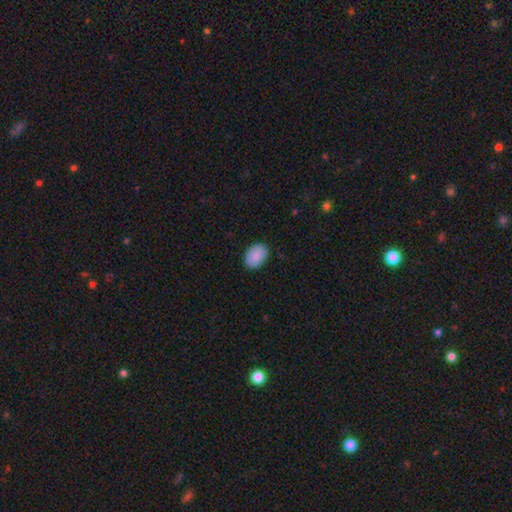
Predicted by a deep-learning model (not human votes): smooth-or-featured: smooth: 90% | star or artifact: 6% | featured or disk: 4%
  how-rounded: in between: 86% | round: 13% | cigar-shaped: 1%
  merging: none: 88% | minor disturbance: 9% | major disturbance: 2% | merger: 1%